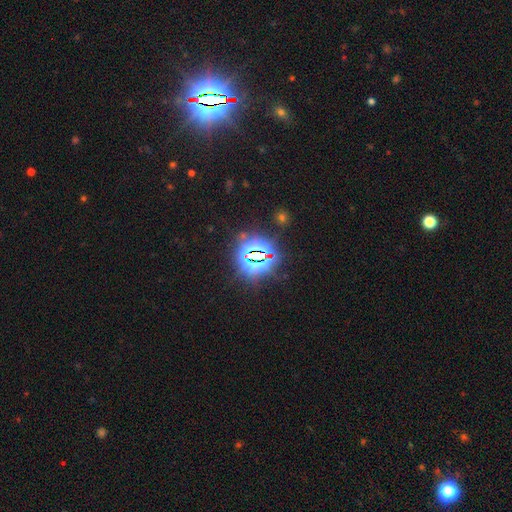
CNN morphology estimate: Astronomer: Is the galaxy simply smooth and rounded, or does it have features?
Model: star or artifact — 79%.